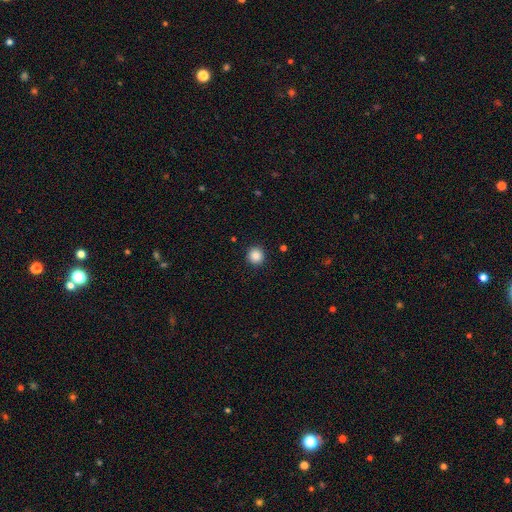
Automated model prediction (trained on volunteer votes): Smooth or featured: smooth — 87% (star or artifact — 10%)
How rounded: round — 95% (in between — 4%)
Merging: none — 92% (minor disturbance — 5%)